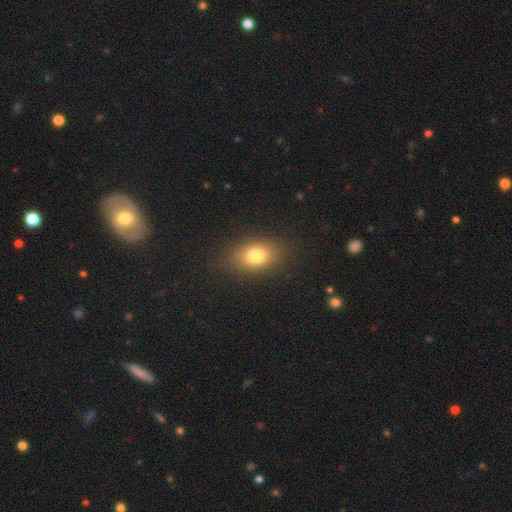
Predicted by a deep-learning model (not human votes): Smooth or featured: smooth — 77% (star or artifact — 12%)
How rounded: in between — 72% (round — 26%)
Merging: none — 84% (minor disturbance — 10%)